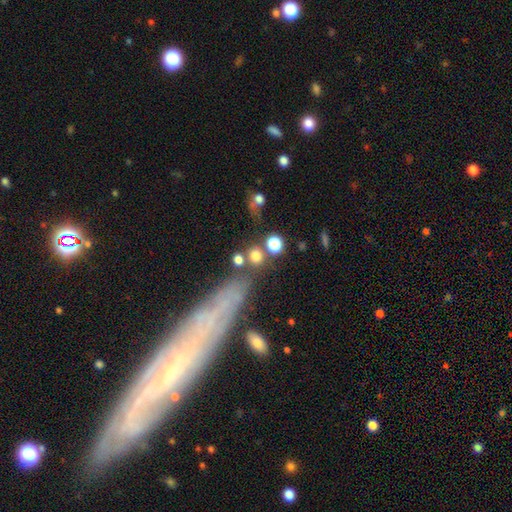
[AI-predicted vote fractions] smooth_or_featured: smooth (p=0.75) [alt: star or artifact p=0.15]
how_rounded: round (p=0.83) [alt: in between p=0.15]
merging: none (p=0.66) [alt: merger p=0.18]